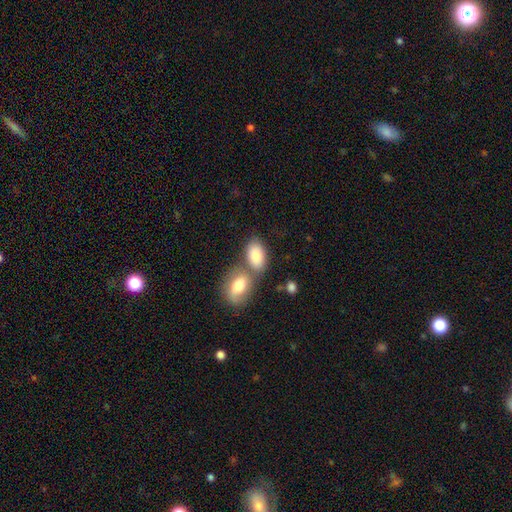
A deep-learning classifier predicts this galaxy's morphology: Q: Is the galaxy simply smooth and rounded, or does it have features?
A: smooth — 84%.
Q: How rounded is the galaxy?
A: in between — 91%.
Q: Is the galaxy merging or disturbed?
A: none — 45%.